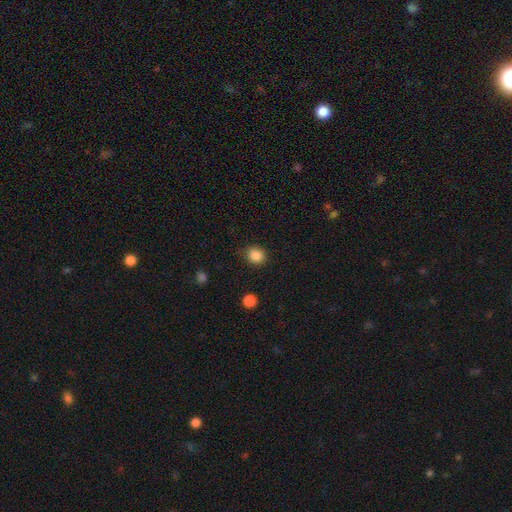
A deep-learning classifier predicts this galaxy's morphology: Smooth or featured? Predicted: smooth (p=0.86). How rounded? Predicted: round (p=0.79). Merging? Predicted: none (p=0.82).